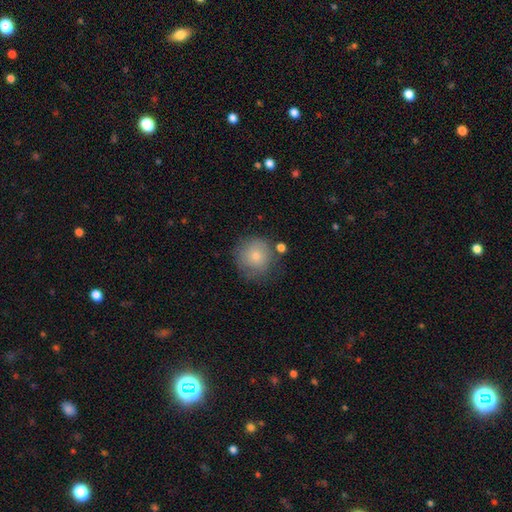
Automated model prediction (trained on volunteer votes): A smooth galaxy with no disk features (79%) that is round (93%). Merging: none (70%).